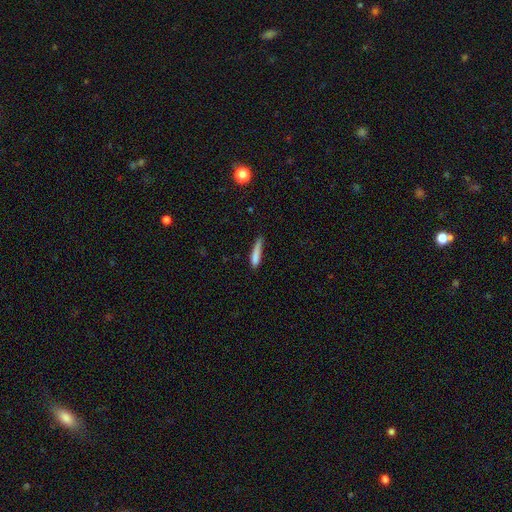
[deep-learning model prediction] A smooth galaxy with no disk features (79%) that is cigar-shaped (89%). Merging: none (58%).